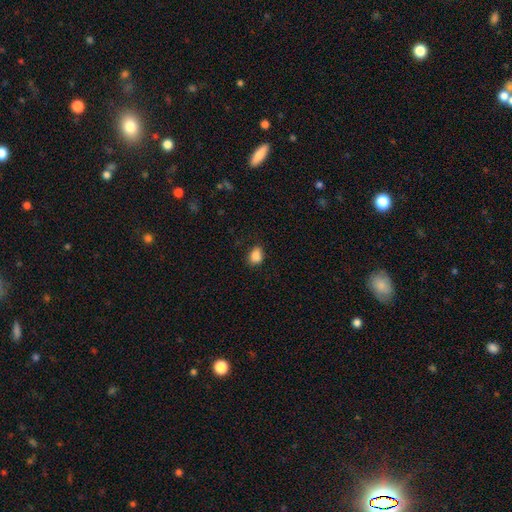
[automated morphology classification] type=smooth (87%); roundness=in between (66%); merging=none (74%).